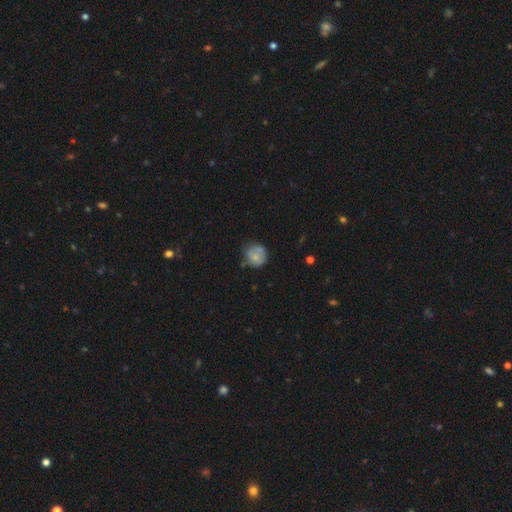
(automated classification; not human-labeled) smooth 64%, featured or disk 28%, star or artifact 9%. Down the decision tree: how rounded — round (82%); merging — none (53%).